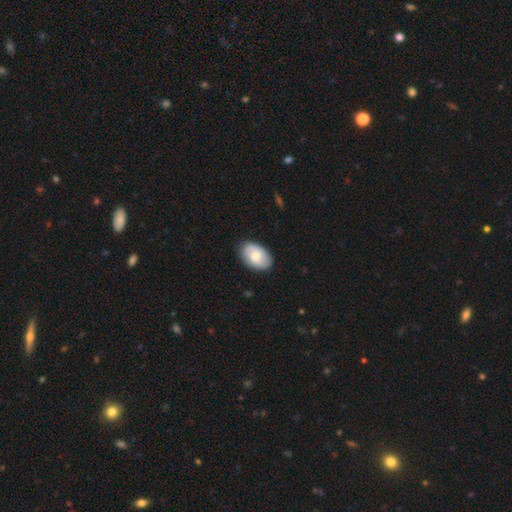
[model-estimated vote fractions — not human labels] Smooth or featured?
  - smooth: 65% *
  - featured or disk: 29%
  - star or artifact: 6%
How rounded?
  - in between: 89% *
  - round: 10%
  - cigar-shaped: 1%
Merging?
  - none: 85% *
  - minor disturbance: 12%
  - major disturbance: 2%
  - merger: 1%